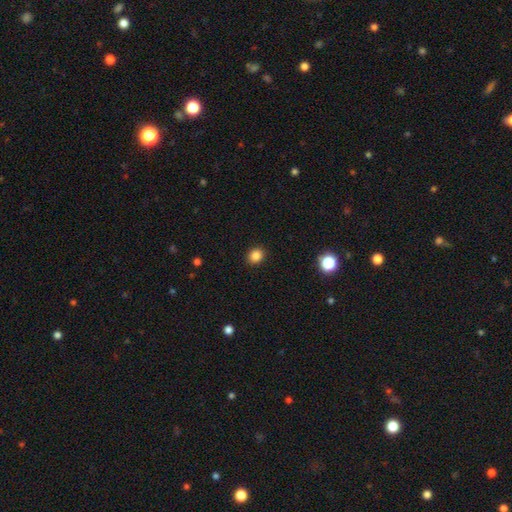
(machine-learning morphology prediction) The model was most divided on "how rounded": round: 73%, in between: 26%, cigar-shaped: 1%. More confident: merging — none (92%); smooth or featured — smooth (85%).